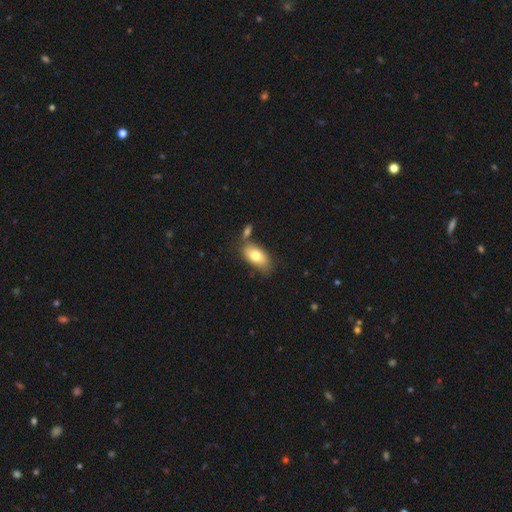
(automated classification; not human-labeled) This appears to be a smooth galaxy with no disk features (76%) that is in between round and cigar-shaped (91%). Merging: none (64%).